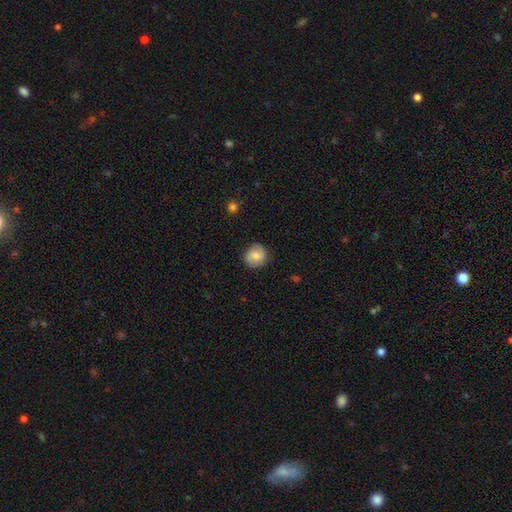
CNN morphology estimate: type=smooth (72%); roundness=round (83%); merging=none (81%).